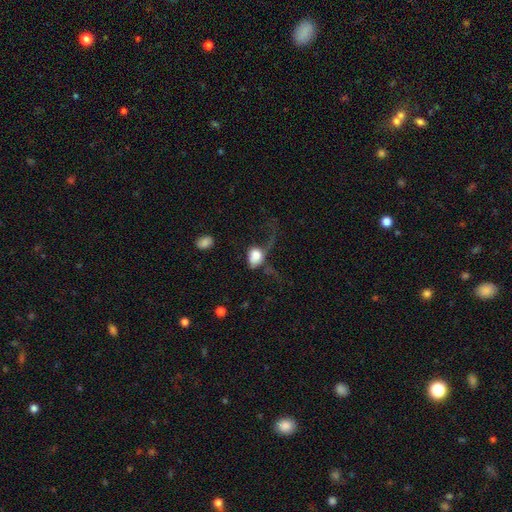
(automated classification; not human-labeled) Smooth or featured: smooth — 72% (featured or disk — 19%)
How rounded: in between — 54% (round — 44%)
Merging: major disturbance — 60% (none — 17%)